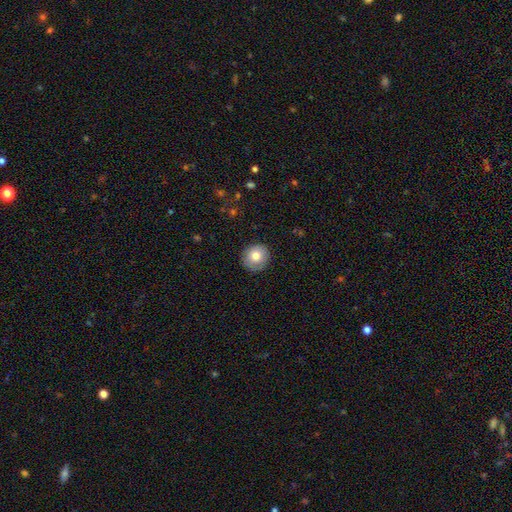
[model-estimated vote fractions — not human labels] Smooth or featured: smooth — 79% (featured or disk — 13%)
How rounded: round — 87% (in between — 12%)
Merging: none — 87% (minor disturbance — 10%)